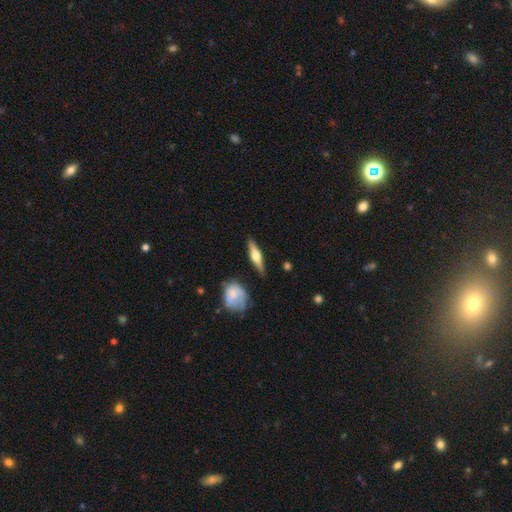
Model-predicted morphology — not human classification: Overall: featured or disk (61%; smooth 34%). Edge-on disk: yes (95%). Edge-on bulge: rounded (93%). Merging: none (86%).